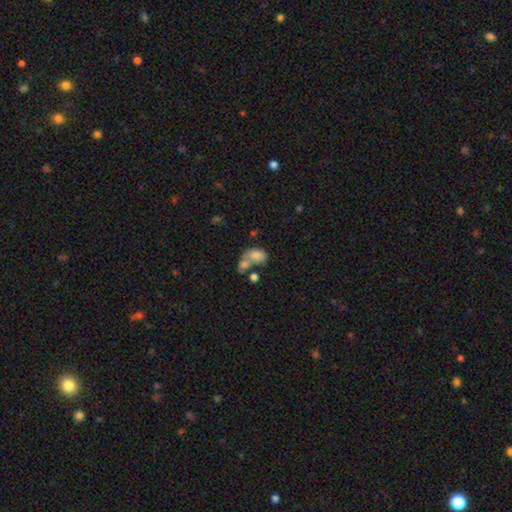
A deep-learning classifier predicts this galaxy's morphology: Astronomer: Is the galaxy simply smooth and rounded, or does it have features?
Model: smooth — 75%.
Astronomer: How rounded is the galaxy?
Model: in between — 79%.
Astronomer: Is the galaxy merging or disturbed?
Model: merger — 56%.